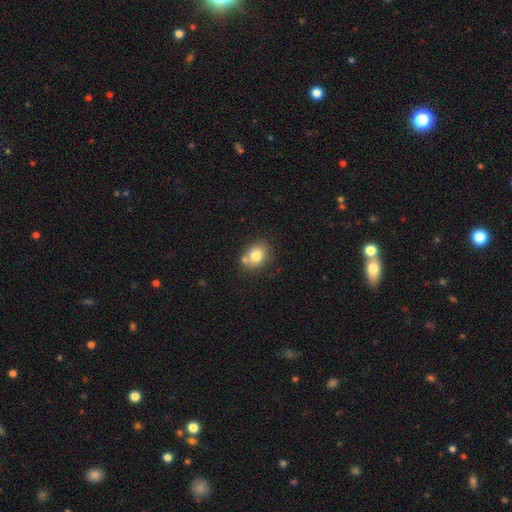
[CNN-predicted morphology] This appears to be a smooth galaxy with no disk features (78%) that is in between round and cigar-shaped (52%). Merging: none (62%).